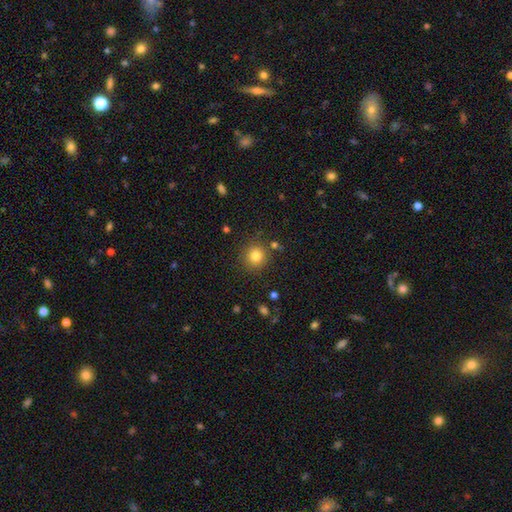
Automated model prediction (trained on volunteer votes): A smooth galaxy with no disk features (81%) that is round (92%).

Vote fractions:
- Smooth or featured? smooth: 81% / star or artifact: 12% / featured or disk: 6%
- How rounded? round: 92% / in between: 7% / cigar-shaped: 1%
- Merging? none: 86% / minor disturbance: 8% / merger: 4% / major disturbance: 3%